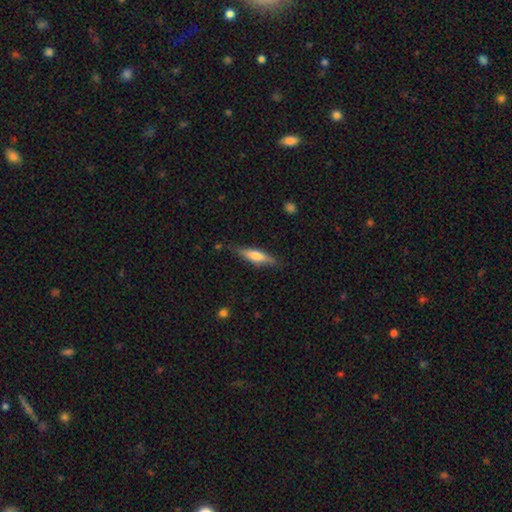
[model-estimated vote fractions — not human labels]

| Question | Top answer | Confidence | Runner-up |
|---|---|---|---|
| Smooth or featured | smooth | 55% | featured or disk (39%) |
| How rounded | cigar-shaped | 73% | in between (25%) |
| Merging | none | 81% | minor disturbance (14%) |